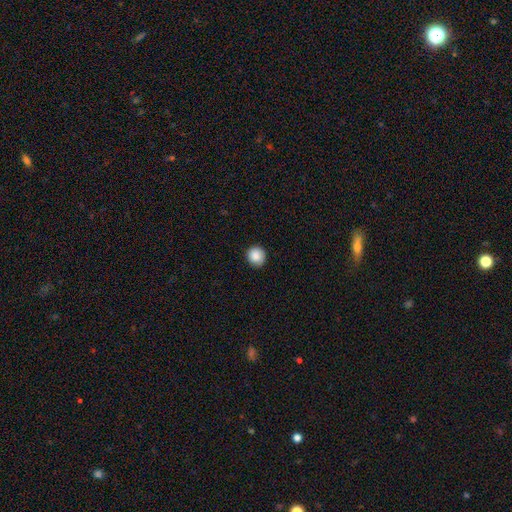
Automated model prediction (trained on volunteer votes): Morphology: type=smooth (88%); roundness=round (93%); merging=none (89%).